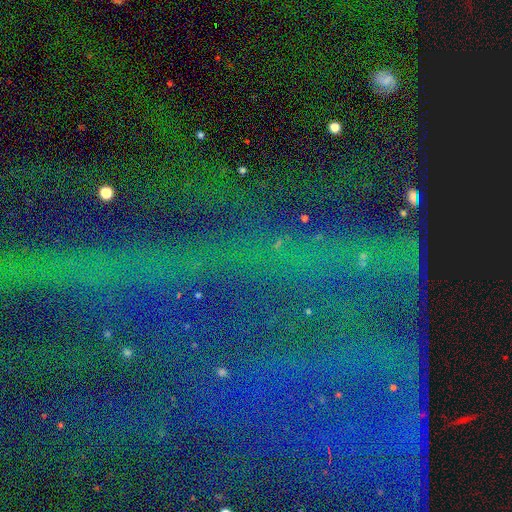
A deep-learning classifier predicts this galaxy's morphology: This appears to be a star or artifact, not a galaxy (85%).